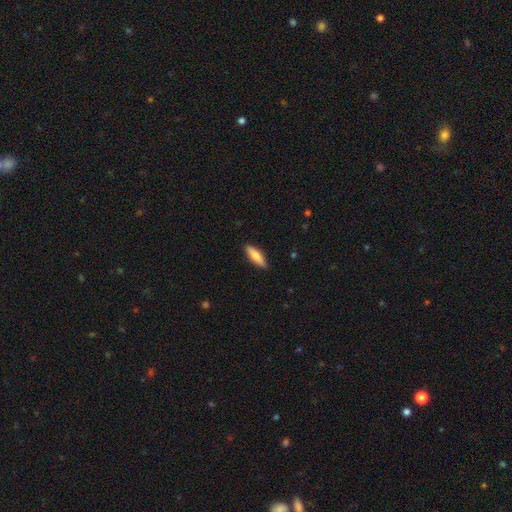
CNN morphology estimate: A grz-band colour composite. It shows a smooth galaxy with no disk features (74%) that is cigar-shaped (59%). Merging: none (88%).